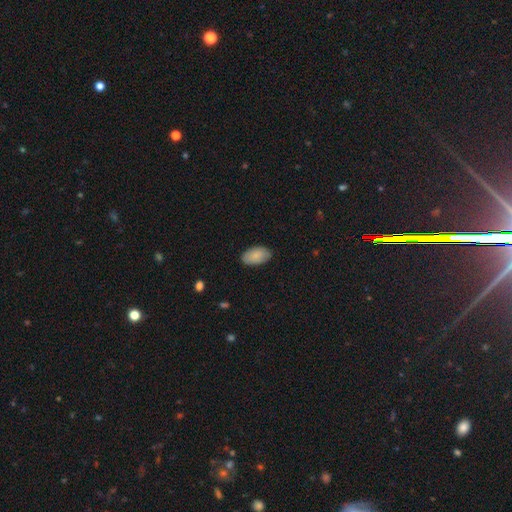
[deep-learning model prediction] Smooth or featured: smooth — 86% (featured or disk — 7%)
How rounded: in between — 95% (round — 3%)
Merging: none — 83% (minor disturbance — 14%)